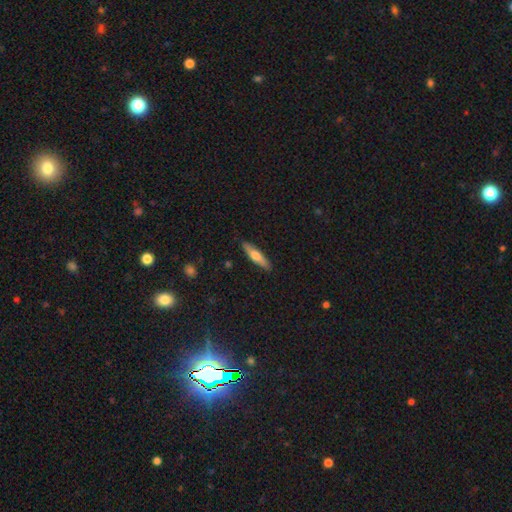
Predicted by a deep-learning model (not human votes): smooth_or_featured: smooth (p=0.60) [alt: featured or disk p=0.35]
how_rounded: cigar-shaped (p=0.80) [alt: in between p=0.18]
merging: none (p=0.89) [alt: minor disturbance p=0.08]